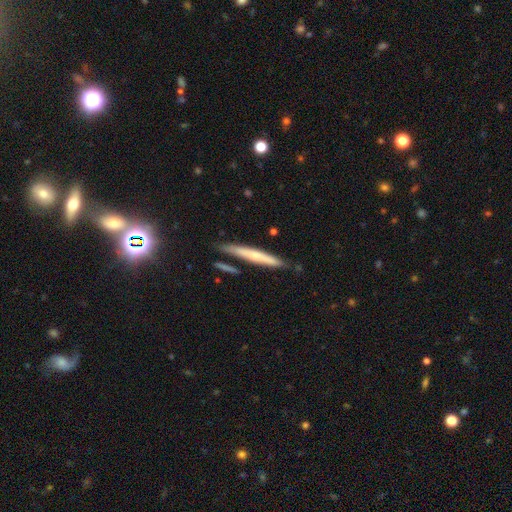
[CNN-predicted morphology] A smooth galaxy with no disk features (48%). Merging: none (80%).